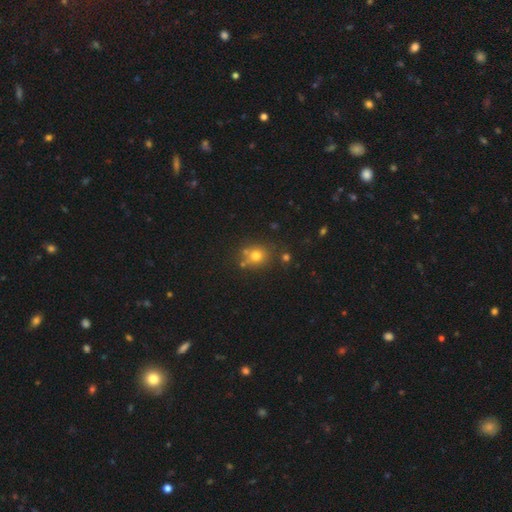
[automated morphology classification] A smooth galaxy with no disk features (73%) that is round (76%). Merging: none (68%).